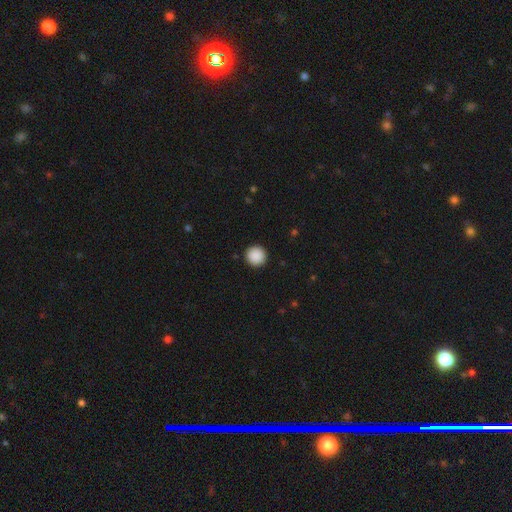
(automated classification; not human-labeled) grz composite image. It shows a smooth galaxy with no disk features (90%) that is round (96%). Merging: none (93%).